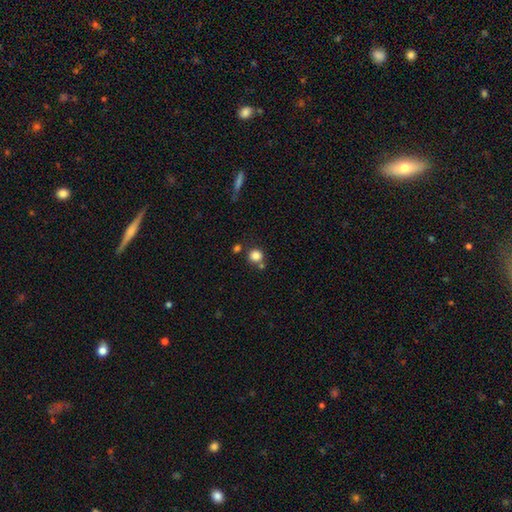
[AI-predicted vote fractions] The model was most divided on "merging": none: 71%, merger: 16%, minor disturbance: 9%, major disturbance: 3%. More confident: how rounded — round (90%); smooth or featured — smooth (83%).